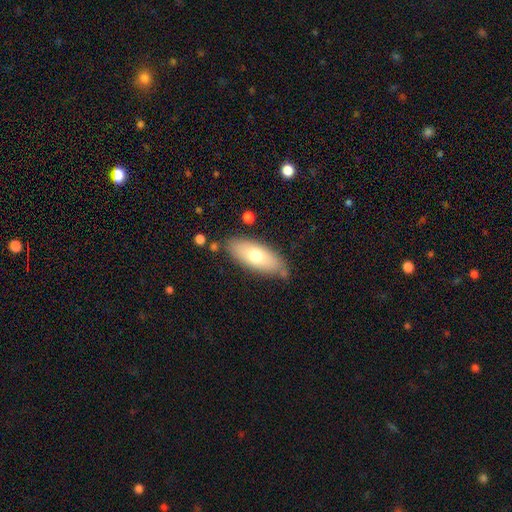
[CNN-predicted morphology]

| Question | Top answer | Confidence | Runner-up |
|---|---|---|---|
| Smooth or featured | smooth | 68% | featured or disk (25%) |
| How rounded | in between | 75% | cigar-shaped (22%) |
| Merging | none | 77% | minor disturbance (16%) |